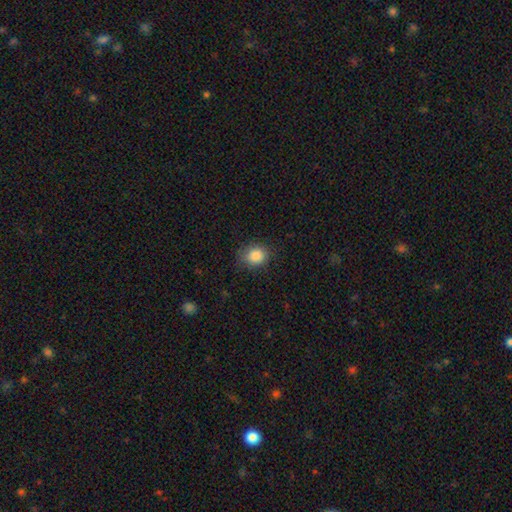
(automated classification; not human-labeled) Smooth or featured? Predicted: smooth (p=0.86). How rounded? Predicted: round (p=0.68). Merging? Predicted: none (p=0.80).